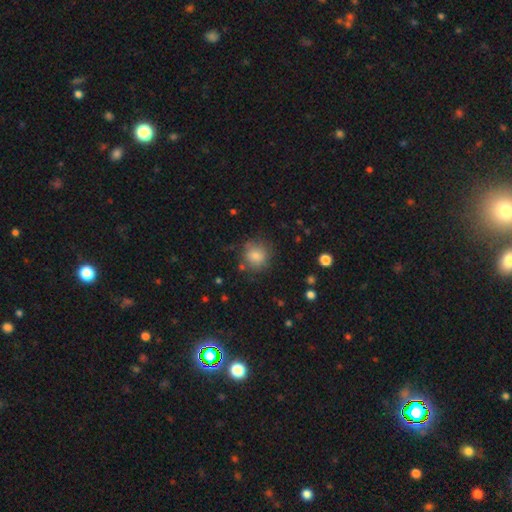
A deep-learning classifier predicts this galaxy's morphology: A smooth galaxy with no disk features (80%) that is round (83%).

Vote fractions:
- Smooth or featured? smooth: 80% / featured or disk: 11% / star or artifact: 10%
- How rounded? round: 83% / in between: 17% / cigar-shaped: 1%
- Merging? none: 71% / minor disturbance: 18% / major disturbance: 8% / merger: 3%